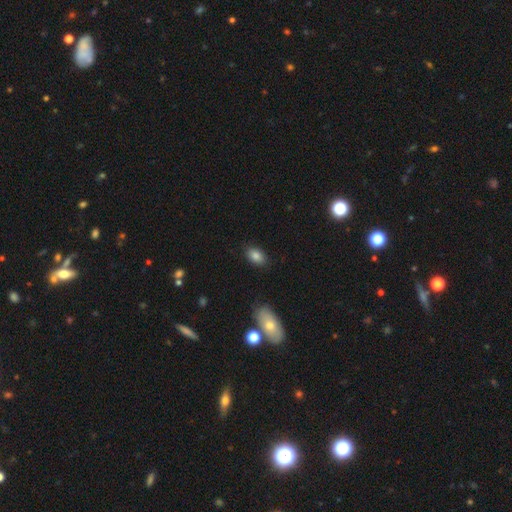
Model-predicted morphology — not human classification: Smooth or featured?
  - smooth: 84% *
  - star or artifact: 9%
  - featured or disk: 8%
How rounded?
  - in between: 89% *
  - round: 9%
  - cigar-shaped: 2%
Merging?
  - none: 86% *
  - minor disturbance: 10%
  - major disturbance: 3%
  - merger: 1%